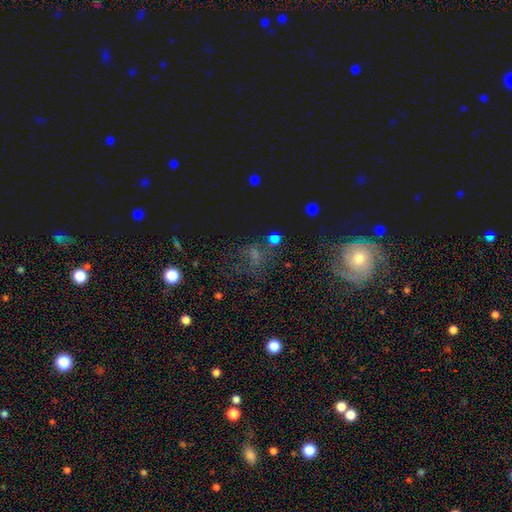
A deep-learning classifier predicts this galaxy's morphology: This appears to be a featured or disk galaxy (38%). Merging: none (54%).